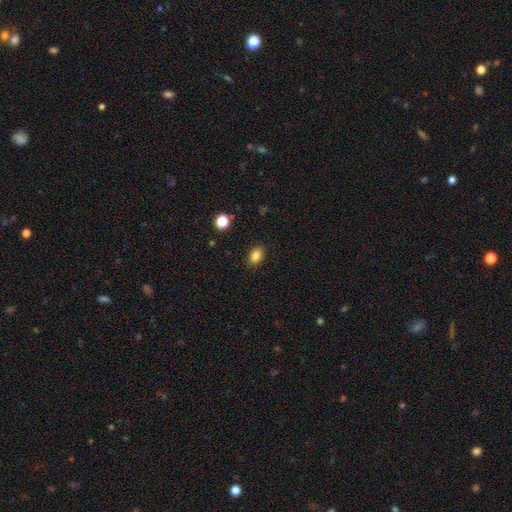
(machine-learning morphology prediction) Overall: smooth (83%). How rounded: in between (77%). Merging: none (88%).